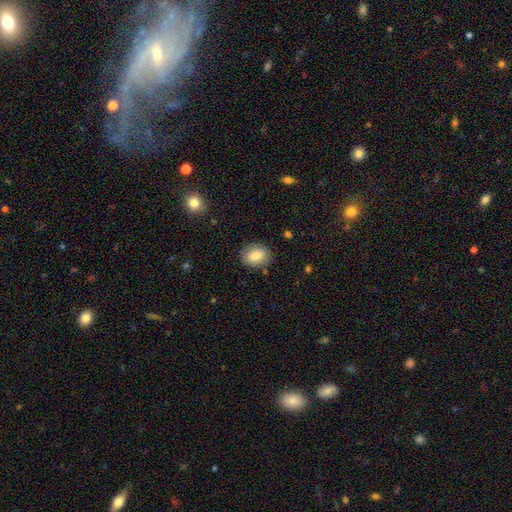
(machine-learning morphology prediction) Q: Smooth or featured?
A: smooth (81%); runner-up: featured or disk (11%)
Q: How rounded?
A: in between (60%); runner-up: round (39%)
Q: Merging?
A: none (83%); runner-up: minor disturbance (12%)